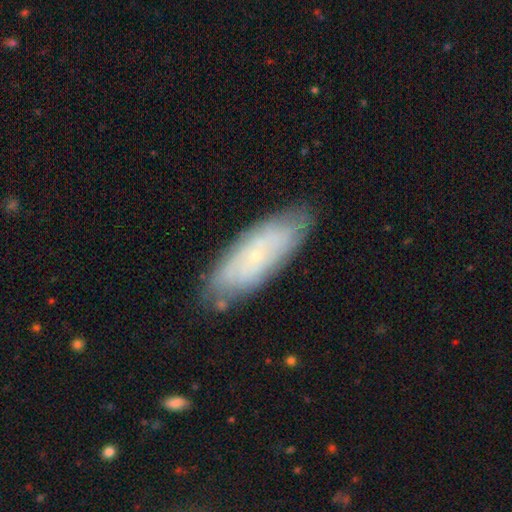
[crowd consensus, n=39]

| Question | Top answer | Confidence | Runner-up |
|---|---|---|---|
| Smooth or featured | featured or disk | 67% | smooth (33%) |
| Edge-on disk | no | 77% | yes (23%) |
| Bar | no | 80% | weak (20%) |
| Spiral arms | yes | 75% | no (25%) |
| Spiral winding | tight | 80% | medium (20%) |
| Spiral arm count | can't tell | 73% | 2 (20%) |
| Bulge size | small | 95% | moderate (5%) |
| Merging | none | 87% | minor disturbance (5%) |